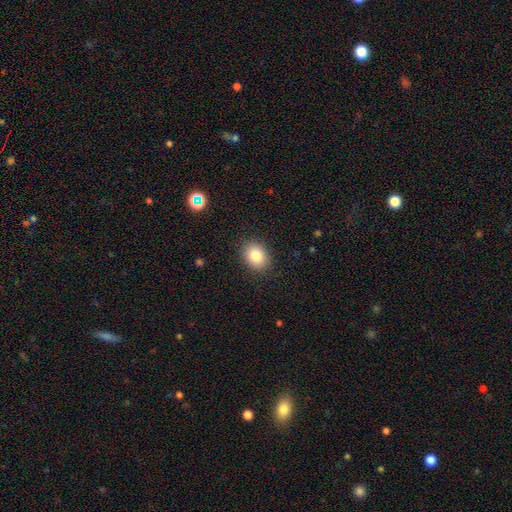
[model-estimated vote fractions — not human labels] A smooth galaxy with no disk features (83%) that is in between round and cigar-shaped (58%). Merging: none (88%).